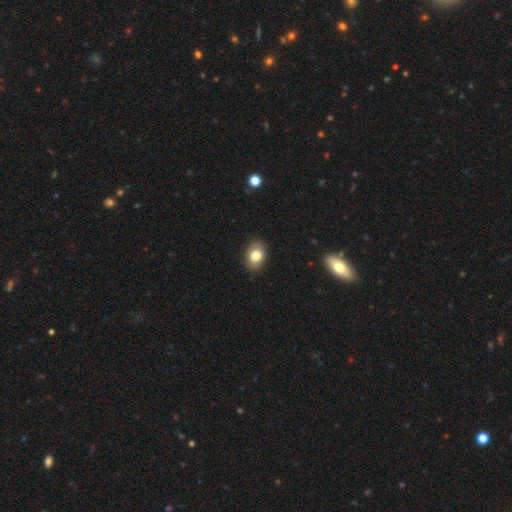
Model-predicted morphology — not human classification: smooth-or-featured: smooth: 80% | featured or disk: 12% | star or artifact: 8%
  how-rounded: in between: 81% | round: 18% | cigar-shaped: 1%
  merging: none: 89% | minor disturbance: 8% | major disturbance: 2% | merger: 1%